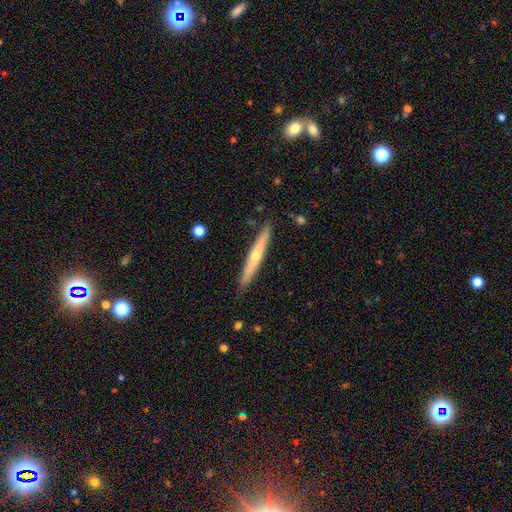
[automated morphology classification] smooth-or-featured: featured or disk: 54% | smooth: 40% | star or artifact: 6%
  disk-edge-on: yes: 95% | no: 5%
    edge-on-bulge: rounded: 72% | none: 26% | boxy: 2%
  merging: none: 89% | minor disturbance: 8% | major disturbance: 1% | merger: 1%